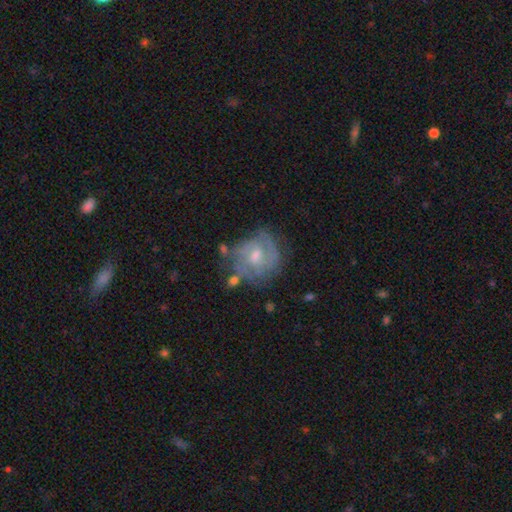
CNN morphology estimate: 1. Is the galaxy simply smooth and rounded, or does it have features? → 74% featured or disk, 19% smooth, 7% star or artifact.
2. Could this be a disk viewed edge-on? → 97% no, 3% yes.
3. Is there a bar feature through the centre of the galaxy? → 50% no, 43% weak, 7% strong.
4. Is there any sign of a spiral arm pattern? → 83% yes, 17% no.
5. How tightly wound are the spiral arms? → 53% tight, 35% medium, 11% loose.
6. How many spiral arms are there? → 39% 2, 35% can't tell, 13% 3, 6% 1, 3% 4, 3% more than 4.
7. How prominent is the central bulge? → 59% moderate, 32% small, 4% large, 4% none, 1% dominant.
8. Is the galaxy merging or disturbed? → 60% none, 23% minor disturbance, 11% major disturbance, 6% merger.